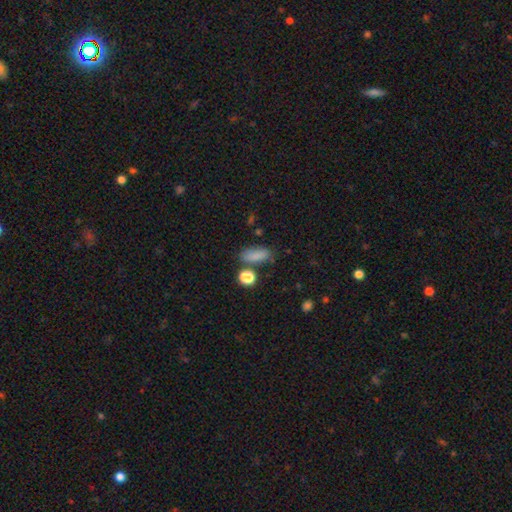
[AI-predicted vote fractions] smooth_or_featured: smooth (p=0.82) [alt: star or artifact p=0.11]
how_rounded: in between (p=0.73) [alt: cigar-shaped p=0.19]
merging: none (p=0.69) [alt: minor disturbance p=0.16]